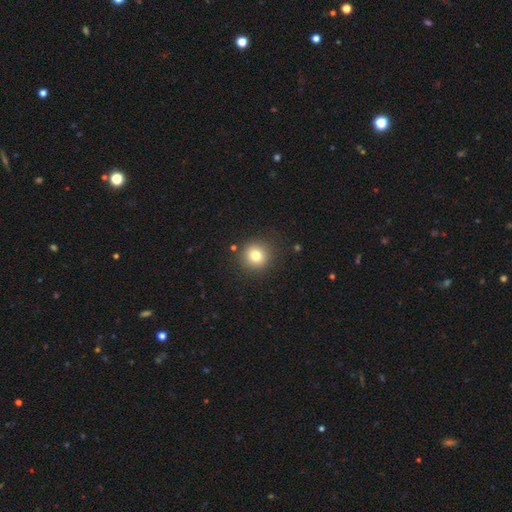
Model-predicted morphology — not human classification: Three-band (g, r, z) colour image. It shows a smooth galaxy with no disk features (79%) that is round (92%). Merging: none (88%).